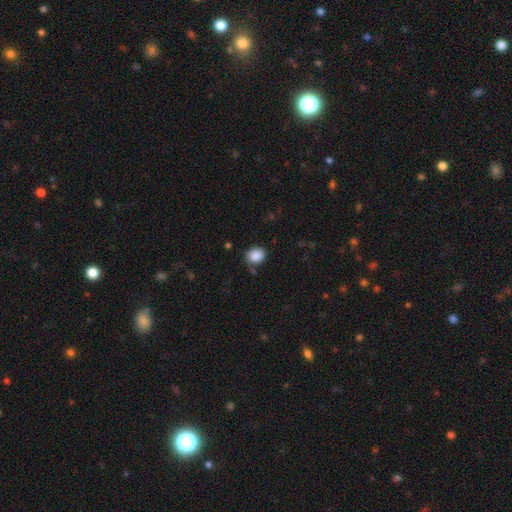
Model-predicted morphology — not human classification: Smooth or featured? Predicted: smooth (p=0.88). How rounded? Predicted: round (p=0.67). Merging? Predicted: none (p=0.78).